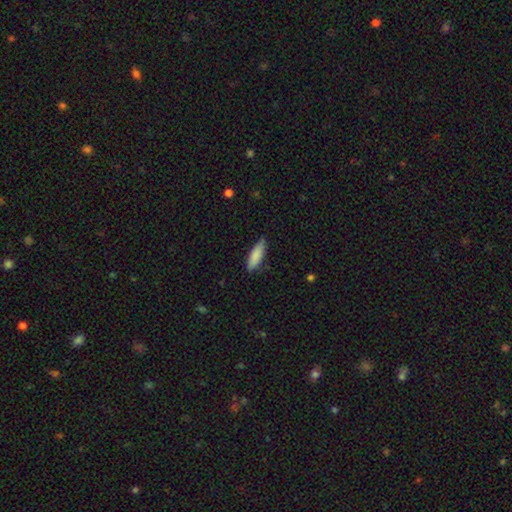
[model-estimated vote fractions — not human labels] This appears to be a smooth galaxy with no disk features (86%) that is in between round and cigar-shaped (51%). Merging: none (81%).